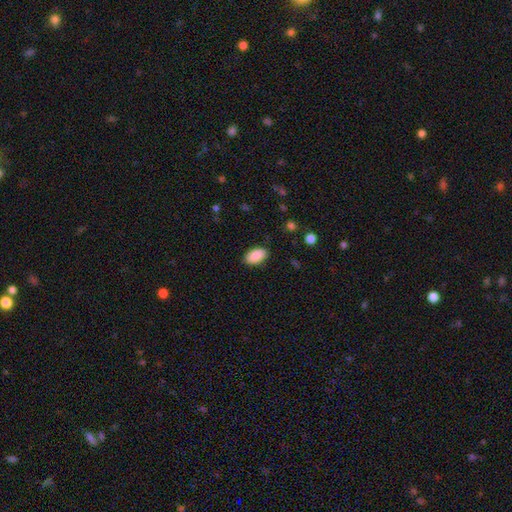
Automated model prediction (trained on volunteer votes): smooth_or_featured: smooth (p=0.89) [alt: star or artifact p=0.07]
how_rounded: in between (p=0.94) [alt: round p=0.04]
merging: none (p=0.87) [alt: minor disturbance p=0.10]